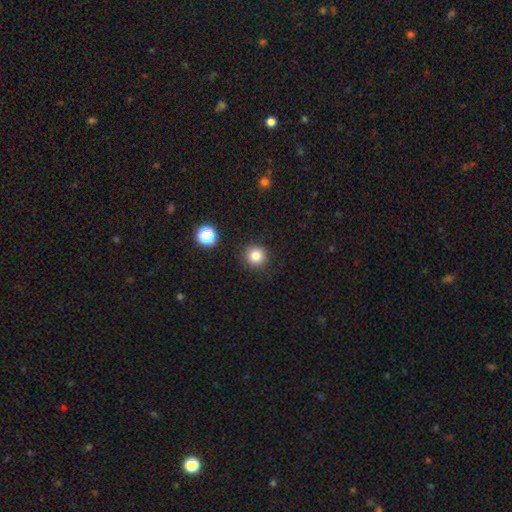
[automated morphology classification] Smooth or featured?
  - smooth: 82% *
  - star or artifact: 13%
  - featured or disk: 5%
How rounded?
  - round: 94% *
  - in between: 5%
  - cigar-shaped: 1%
Merging?
  - none: 90% *
  - minor disturbance: 6%
  - major disturbance: 2%
  - merger: 2%